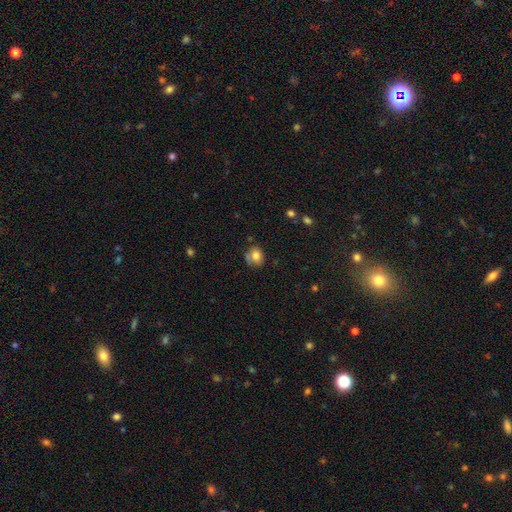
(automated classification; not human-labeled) Q: Smooth or featured?
A: smooth (76%); runner-up: featured or disk (14%)
Q: How rounded?
A: round (63%); runner-up: in between (36%)
Q: Merging?
A: none (59%); runner-up: minor disturbance (25%)